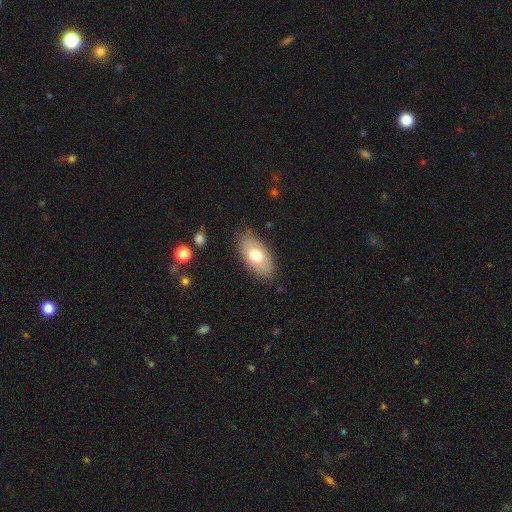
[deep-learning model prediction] This appears to be a smooth galaxy with no disk features (71%) that is in between round and cigar-shaped (93%). Merging: none (83%).